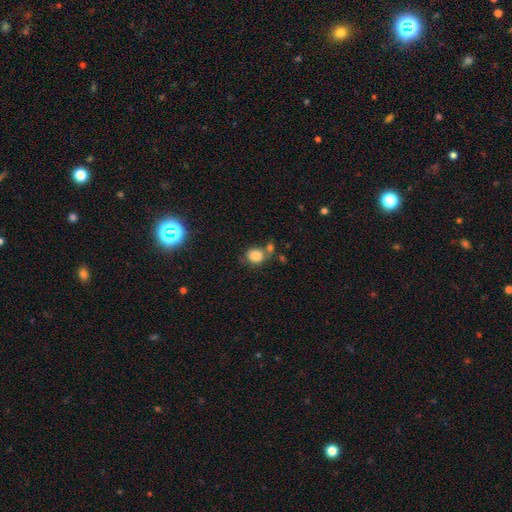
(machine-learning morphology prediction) A smooth galaxy with no disk features (82%) that is round (68%).

Vote fractions:
- Smooth or featured? smooth: 82% / star or artifact: 10% / featured or disk: 8%
- How rounded? round: 68% / in between: 31% / cigar-shaped: 1%
- Merging? none: 55% / merger: 24% / minor disturbance: 15% / major disturbance: 5%